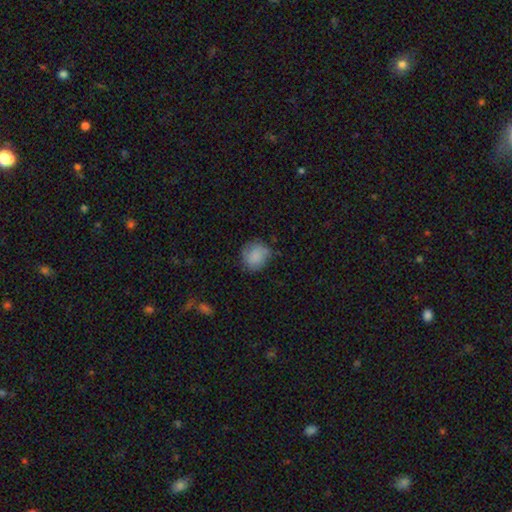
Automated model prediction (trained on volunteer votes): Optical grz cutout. It shows a smooth galaxy with no disk features (81%) that is round (78%). Merging: none (64%).